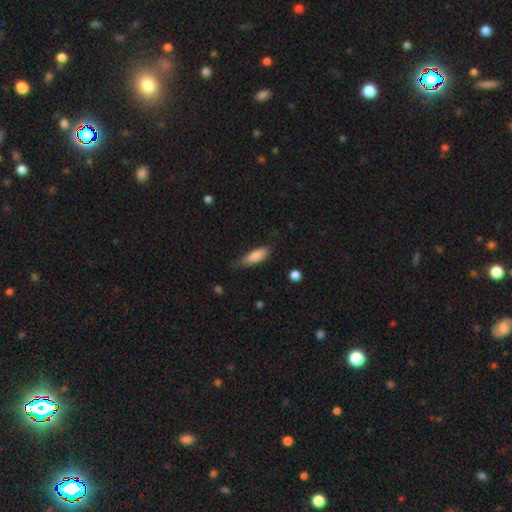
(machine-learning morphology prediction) type=smooth (83%); roundness=in between (59%); merging=none (67%).